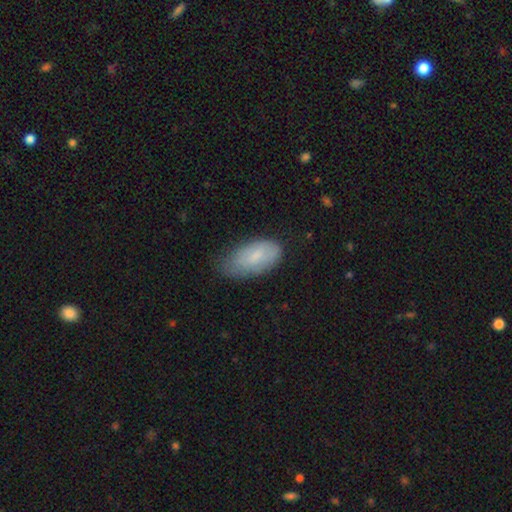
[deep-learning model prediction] Overall: smooth (76%). How rounded: in between (94%). Merging: none (53%; minor disturbance 38%).